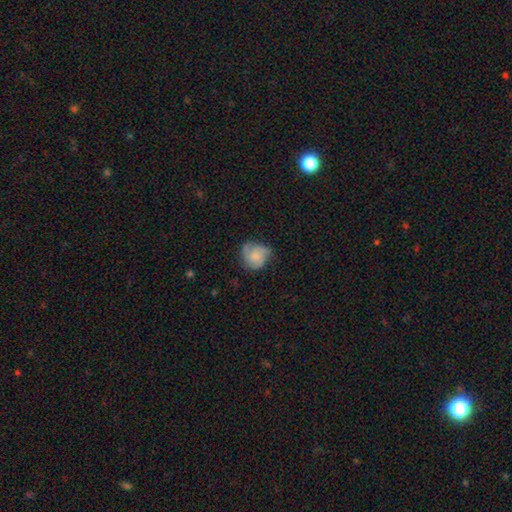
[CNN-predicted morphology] A featured or disk galaxy (49%). Merging: none (60%).